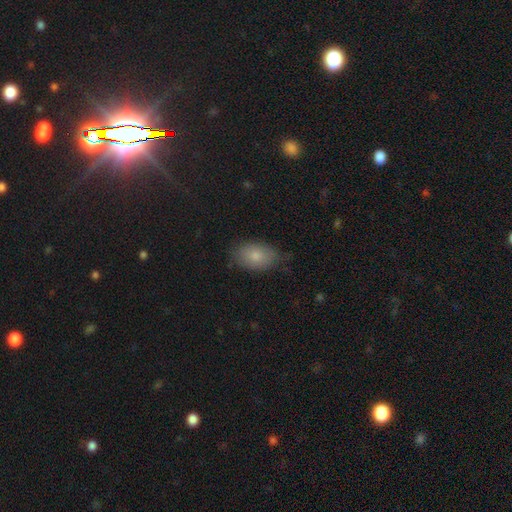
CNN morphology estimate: A smooth galaxy with no disk features (81%) that is in between round and cigar-shaped (89%). Merging: none (75%).